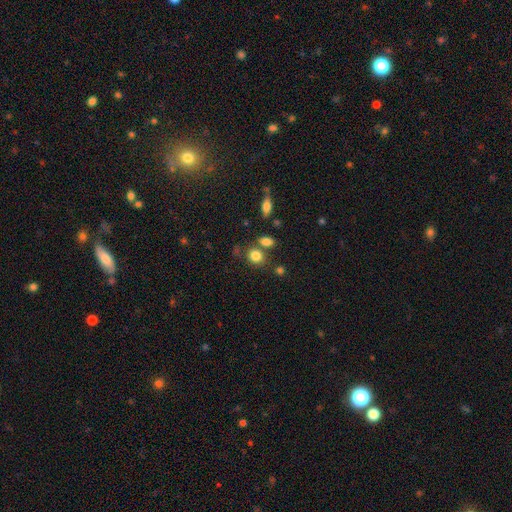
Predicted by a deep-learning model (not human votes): Smooth or featured? Predicted: smooth (p=0.83). How rounded? Predicted: round (p=0.60). Merging? Predicted: none (p=0.66).